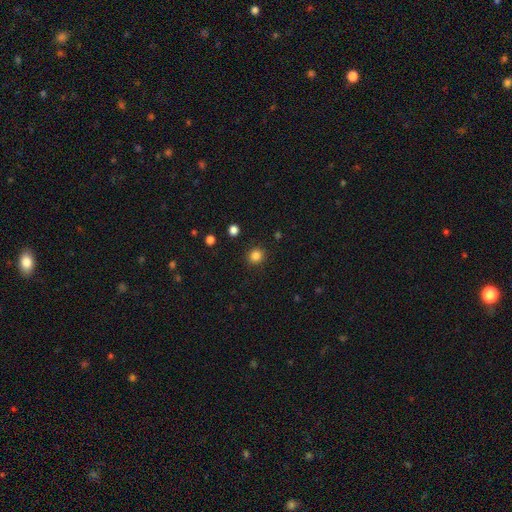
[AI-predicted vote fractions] This is clearly a smooth galaxy (84%). How rounded: clearly round (88%). Merging: clearly none (90%).